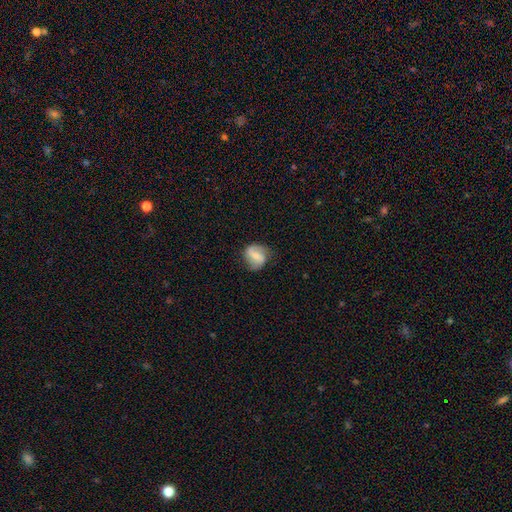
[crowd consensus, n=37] Smooth or featured? 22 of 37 (59%) said featured or disk. Edge-on disk? 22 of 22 (100%) said no. Bar? 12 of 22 (55%) said strong. Spiral arms? 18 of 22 (82%) said yes. Spiral winding? 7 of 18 (39%, tied with loose) said medium. Spiral arm count? 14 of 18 (78%) said 2. Bulge size? 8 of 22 (36%) said none. Merging? 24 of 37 (65%) said none.